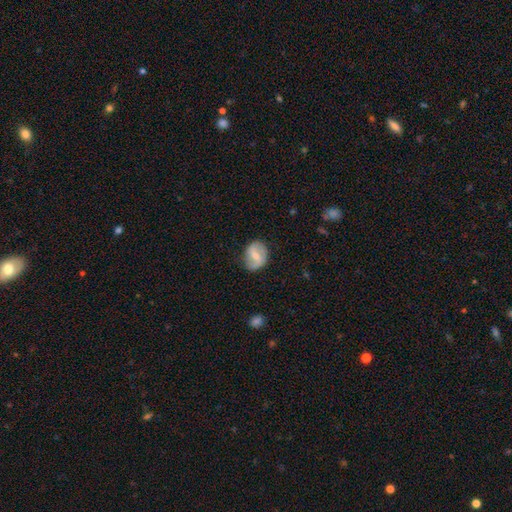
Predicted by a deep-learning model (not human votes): smooth_or_featured: featured or disk (p=0.59) [alt: smooth p=0.34]
disk_edge_on: no (p=0.96) [alt: yes p=0.04]
bar: weak (p=0.44) [alt: strong p=0.39]
has_spiral_arms: yes (p=0.72) [alt: no p=0.28]
bulge_size: small (p=0.50) [alt: moderate p=0.44]
merging: none (p=0.77) [alt: minor disturbance p=0.17]